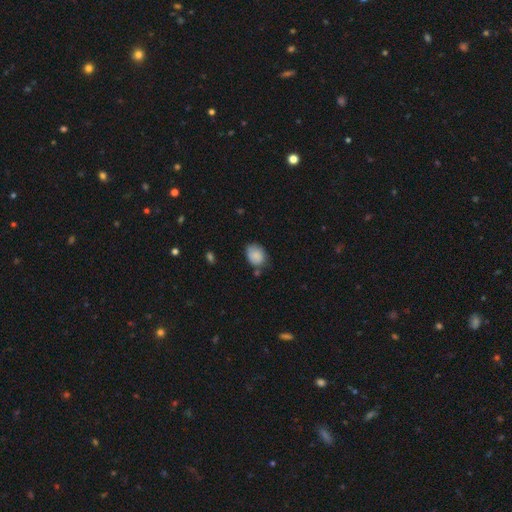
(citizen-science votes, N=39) Smooth or featured: smooth — 90% (star or artifact — 8%)
How rounded: in between — 60% (round — 40%)
Merging: none — 50% (minor disturbance — 36%)